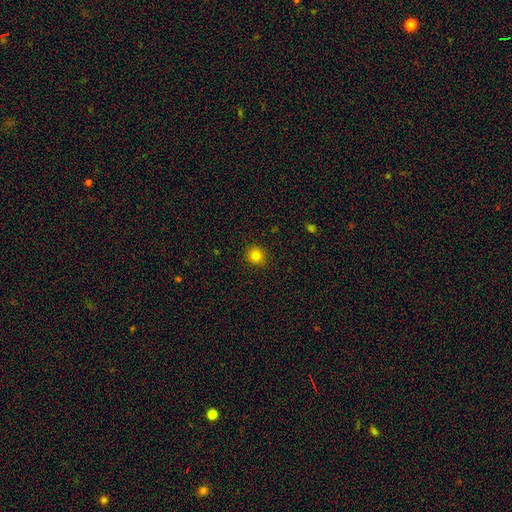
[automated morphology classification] Q: Smooth or featured?
A: smooth (82%); runner-up: star or artifact (13%)
Q: How rounded?
A: round (91%); runner-up: in between (8%)
Q: Merging?
A: none (92%); runner-up: minor disturbance (5%)